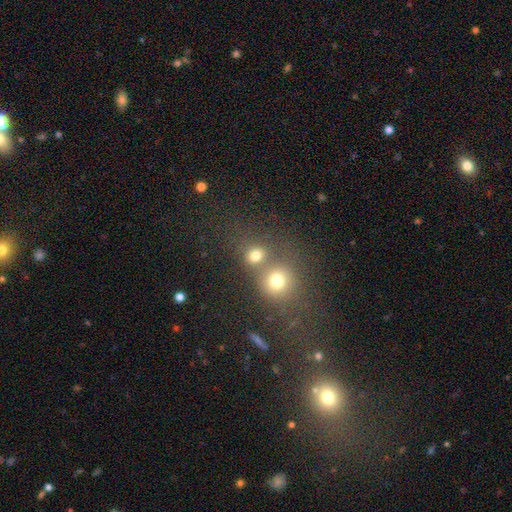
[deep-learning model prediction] Q: Smooth or featured?
A: smooth (76%); runner-up: star or artifact (16%)
Q: How rounded?
A: round (79%); runner-up: in between (20%)
Q: Merging?
A: none (46%); runner-up: merger (43%)